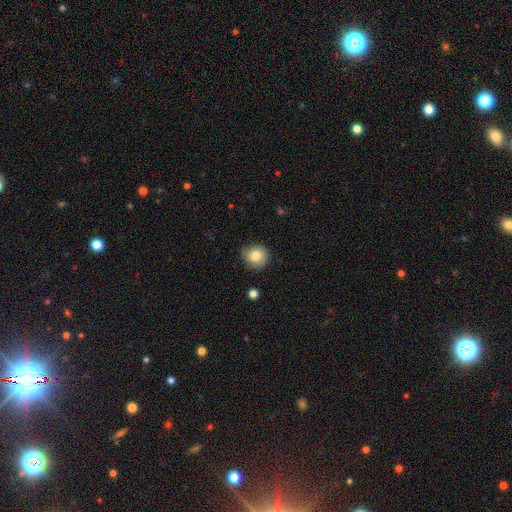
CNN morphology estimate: type=smooth (82%); roundness=round (88%); merging=none (80%).